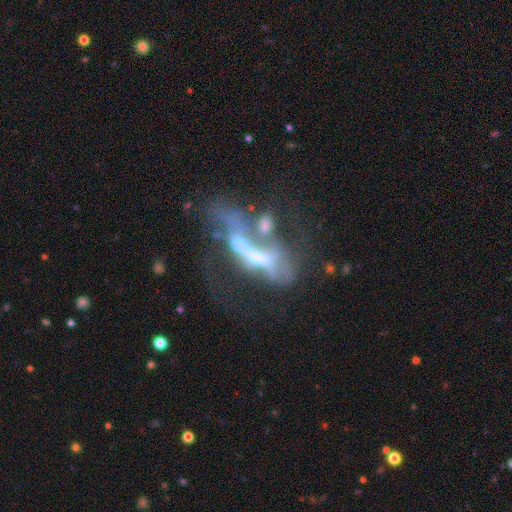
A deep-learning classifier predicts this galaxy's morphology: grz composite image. It shows a featured or disk galaxy (68%) with no bar (57%), no spiral arms (73%) and a moderate central bulge (36%). Merging: merger (47%).